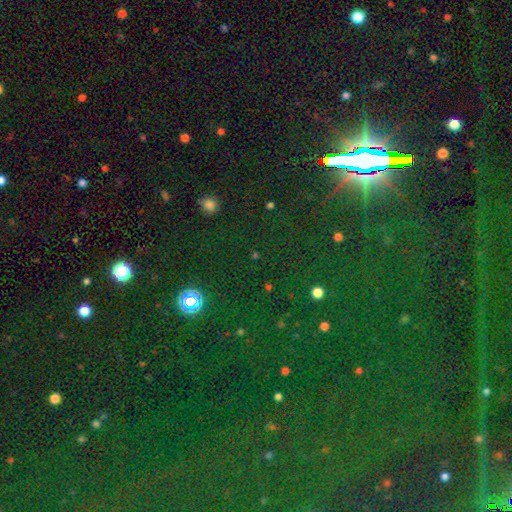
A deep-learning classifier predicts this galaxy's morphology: Smooth or featured? star or artifact (69%)